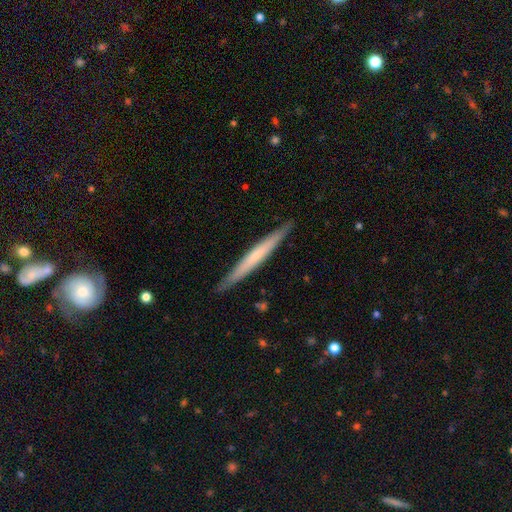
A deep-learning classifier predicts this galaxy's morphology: type=smooth (48%); merging=none (90%).